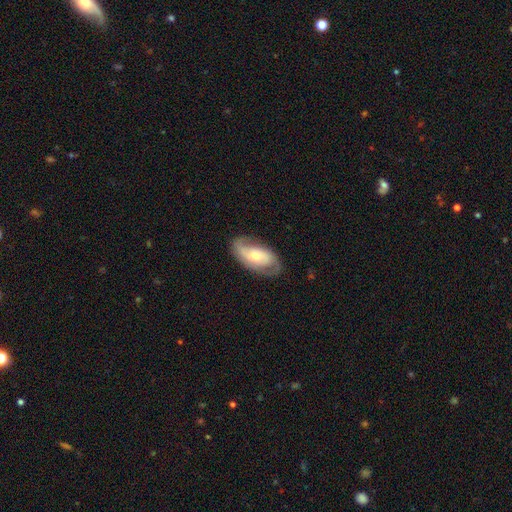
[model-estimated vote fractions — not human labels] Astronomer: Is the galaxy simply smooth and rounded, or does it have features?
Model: featured or disk — 70%.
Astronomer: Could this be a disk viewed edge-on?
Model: no — 94%.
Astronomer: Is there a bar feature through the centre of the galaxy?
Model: no — 62%.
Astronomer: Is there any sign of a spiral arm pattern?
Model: yes — 85%.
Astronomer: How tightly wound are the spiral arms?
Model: medium — 42% (runner-up: loose, 31%).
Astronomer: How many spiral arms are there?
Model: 2 — 79%.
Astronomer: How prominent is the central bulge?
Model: moderate — 57% (runner-up: small, 36%).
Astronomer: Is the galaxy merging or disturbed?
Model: none — 74%.